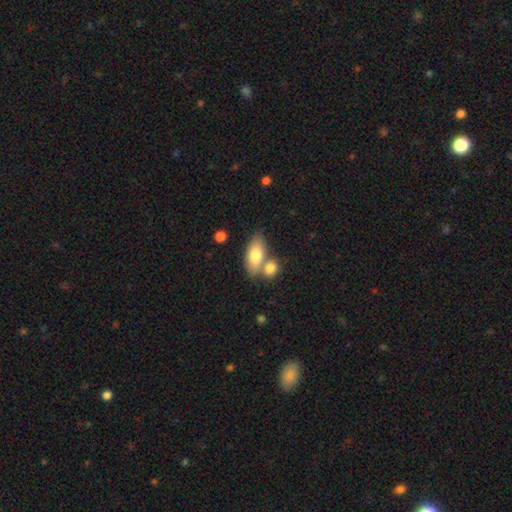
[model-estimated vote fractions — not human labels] smooth 79%, featured or disk 15%, star or artifact 6%. Down the decision tree: how rounded — in between (88%); merging — none (46%).